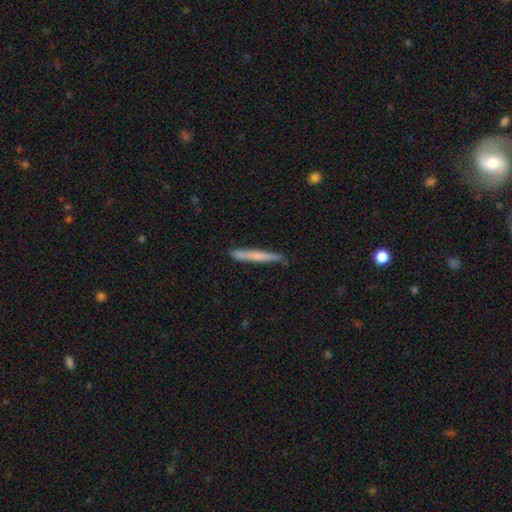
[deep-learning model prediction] smooth_or_featured: smooth (p=0.64) [alt: featured or disk p=0.31]
how_rounded: cigar-shaped (p=0.97) [alt: in between p=0.02]
merging: none (p=0.86) [alt: minor disturbance p=0.11]